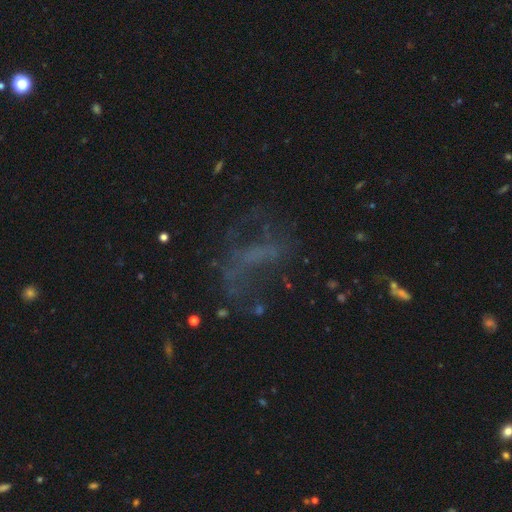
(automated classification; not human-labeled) This is possibly a featured or disk galaxy (46%). Merging: possibly none (47%).